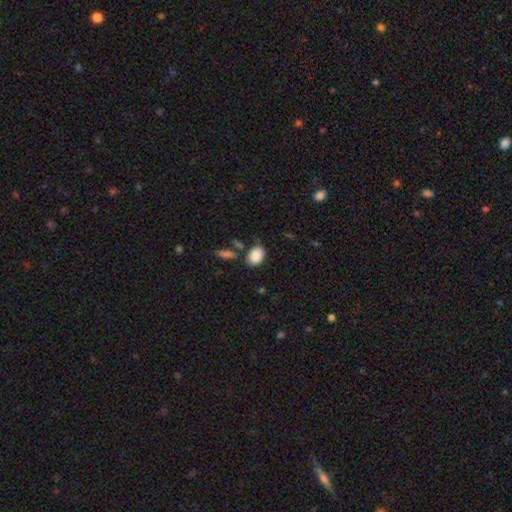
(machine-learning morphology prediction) smooth-or-featured: smooth: 88% | star or artifact: 8% | featured or disk: 4%
  how-rounded: in between: 78% | round: 21% | cigar-shaped: 1%
  merging: none: 71% | minor disturbance: 14% | merger: 10% | major disturbance: 4%